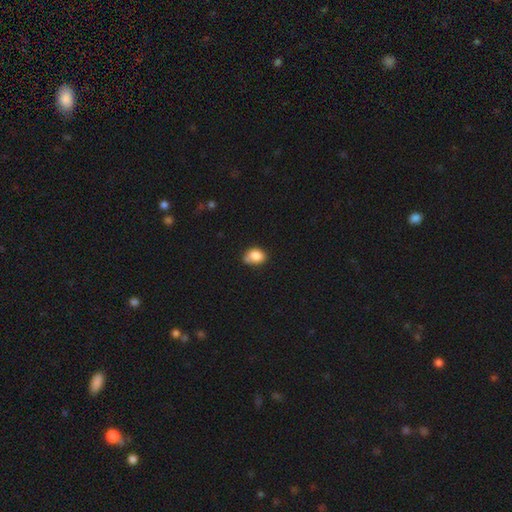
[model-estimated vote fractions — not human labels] smooth-or-featured: smooth: 84% | star or artifact: 9% | featured or disk: 7%
  how-rounded: in between: 60% | round: 39% | cigar-shaped: 1%
  merging: none: 52% | minor disturbance: 30% | merger: 12% | major disturbance: 6%